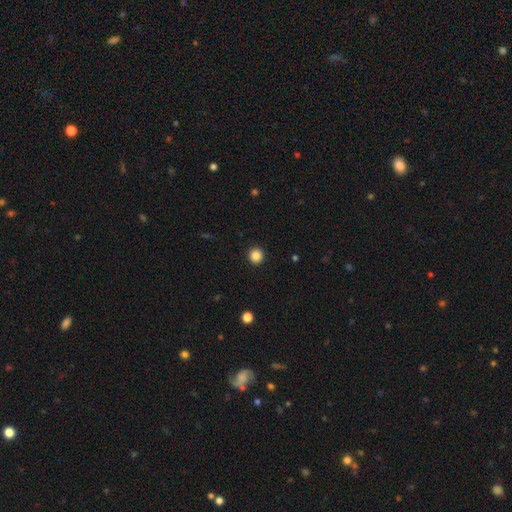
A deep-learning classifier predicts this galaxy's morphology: type=smooth (86%); roundness=round (94%); merging=none (93%).